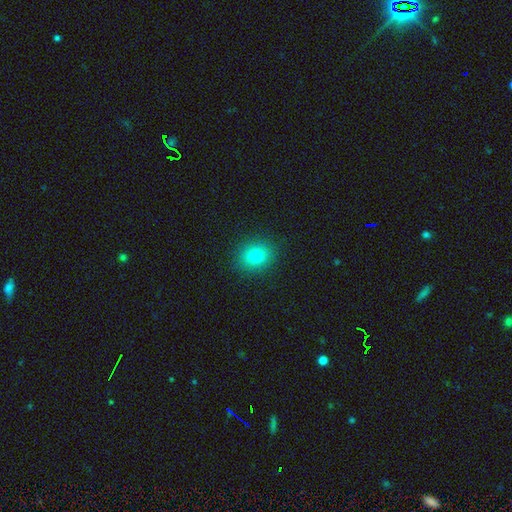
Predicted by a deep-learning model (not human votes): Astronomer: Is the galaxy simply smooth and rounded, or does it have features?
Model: smooth — 79%.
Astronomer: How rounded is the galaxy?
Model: round — 65%.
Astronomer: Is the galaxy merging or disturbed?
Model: none — 90%.